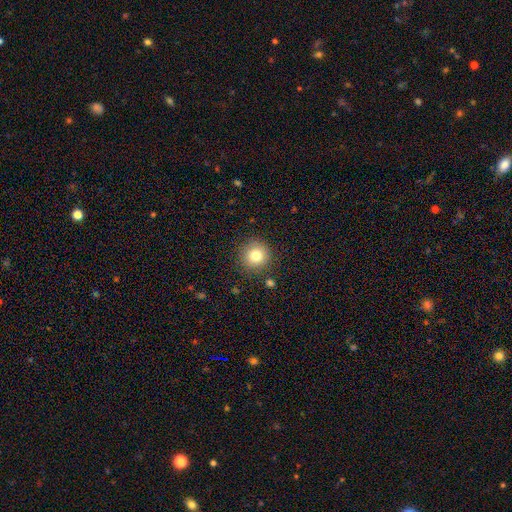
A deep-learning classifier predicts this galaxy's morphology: This appears to be a smooth galaxy with no disk features (81%) that is round (94%). Merging: none (88%).